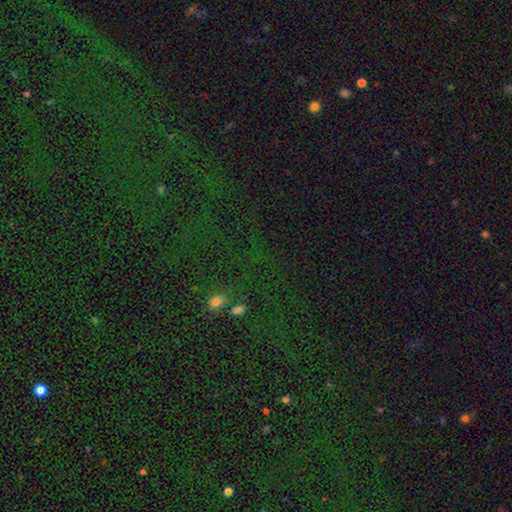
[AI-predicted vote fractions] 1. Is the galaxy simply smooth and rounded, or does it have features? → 76% star or artifact, 16% smooth, 8% featured or disk.